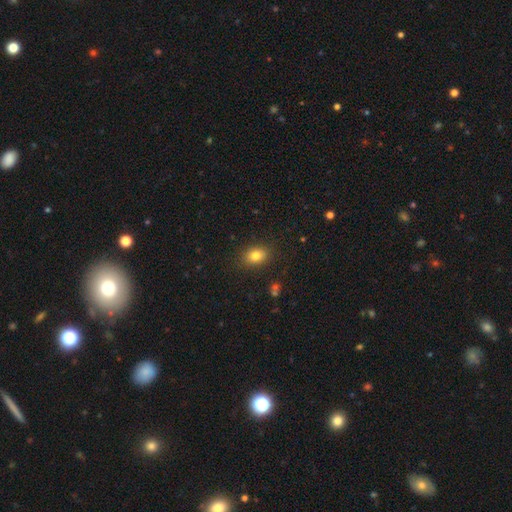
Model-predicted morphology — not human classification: type=smooth (82%); roundness=in between (71%); merging=none (87%).